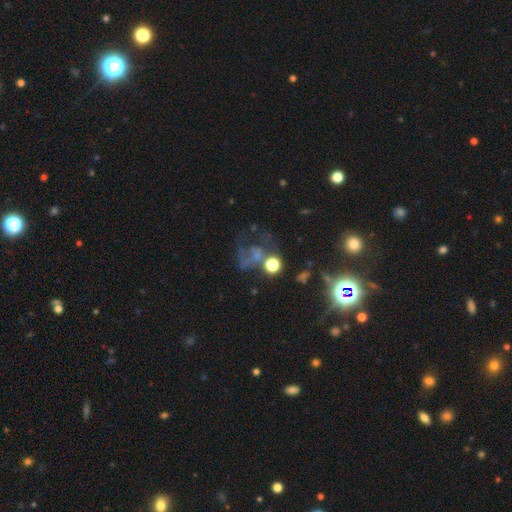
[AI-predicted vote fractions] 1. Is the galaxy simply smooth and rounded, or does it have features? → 40% star or artifact, 30% smooth, 30% featured or disk.